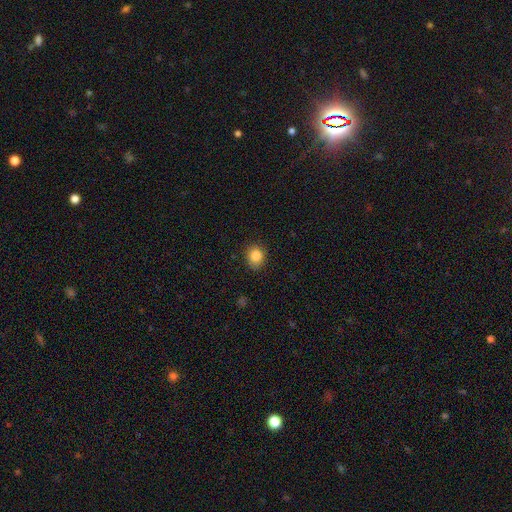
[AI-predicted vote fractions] Smooth or featured? smooth (85%)
How rounded? round (66%)
Merging? none (86%)